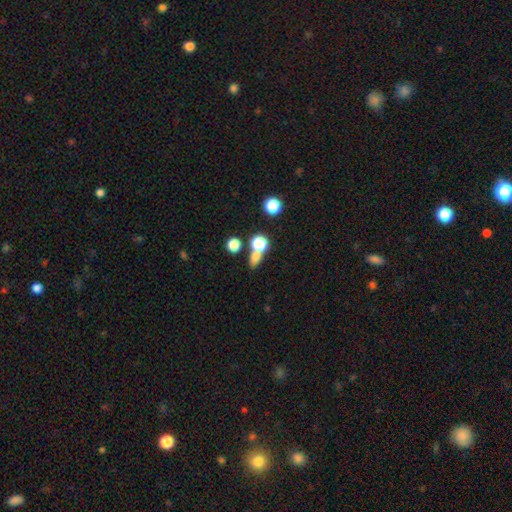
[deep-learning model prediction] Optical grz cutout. It shows a smooth galaxy with no disk features (74%) that is round (58%). Merging: none (44%).